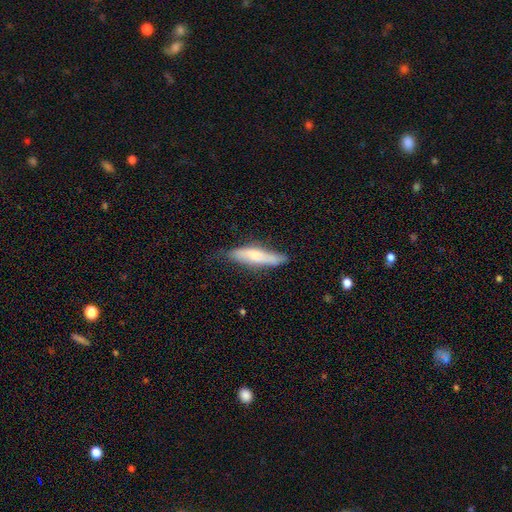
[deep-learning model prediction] A smooth galaxy with no disk features (60%) that is cigar-shaped (76%). Merging: none (63%).